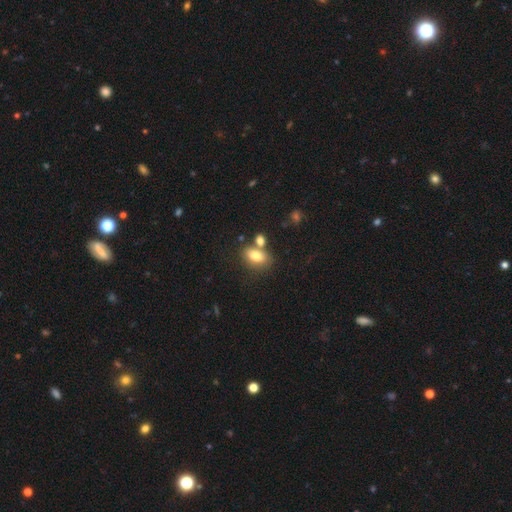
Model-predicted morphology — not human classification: smooth 80%, featured or disk 11%, star or artifact 9%. Down the decision tree: how rounded — in between (85%); merging — none (56%).